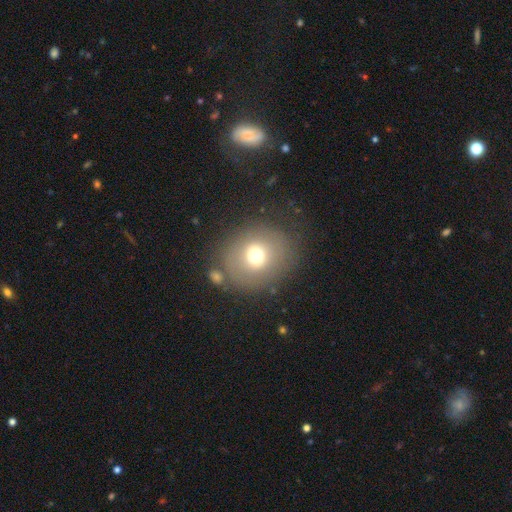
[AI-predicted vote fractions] This is likely a smooth galaxy (68%). How rounded: clearly round (84%). Merging: likely none (77%).